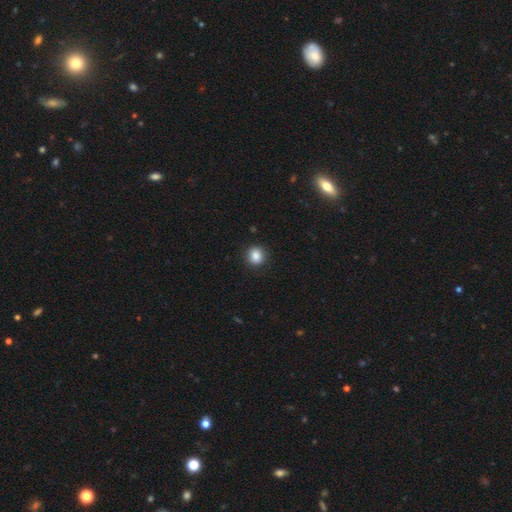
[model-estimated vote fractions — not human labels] Smooth or featured: smooth — 86% (star or artifact — 10%)
How rounded: round — 82% (in between — 17%)
Merging: none — 89% (minor disturbance — 8%)